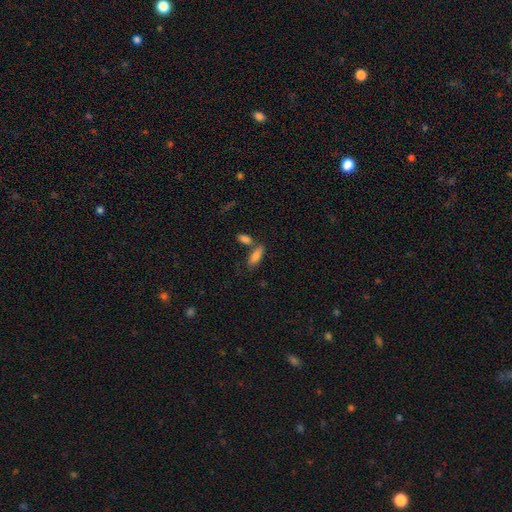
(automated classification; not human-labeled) smooth-or-featured: smooth: 84% | featured or disk: 8% | star or artifact: 8%
  how-rounded: in between: 75% | cigar-shaped: 23% | round: 2%
  merging: none: 56% | merger: 28% | minor disturbance: 12% | major disturbance: 4%